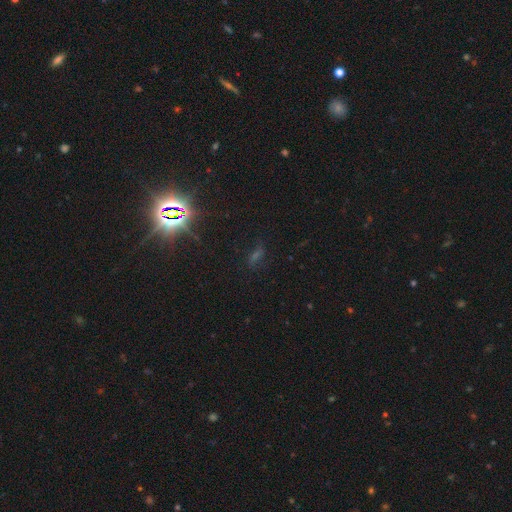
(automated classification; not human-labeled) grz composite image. It shows a star or artifact, not a galaxy (59%).